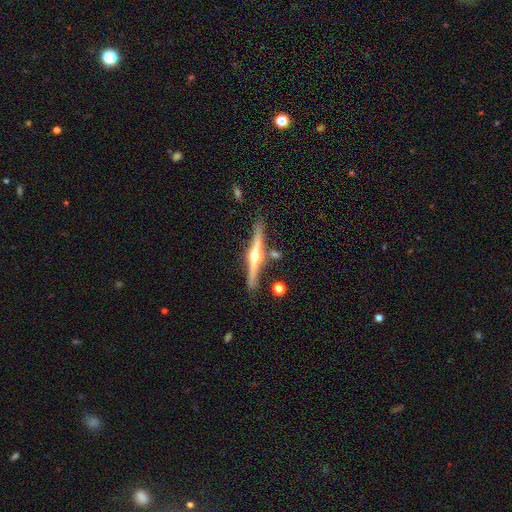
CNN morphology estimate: featured or disk 82%, smooth 13%, star or artifact 5%. Down the decision tree: edge-on disk — yes (98%); edge-on bulge — rounded (96%); merging — none (84%).